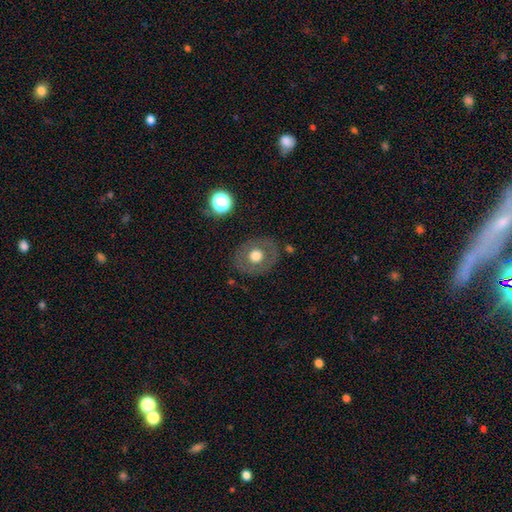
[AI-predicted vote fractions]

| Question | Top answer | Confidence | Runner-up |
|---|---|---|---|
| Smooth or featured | smooth | 56% | featured or disk (35%) |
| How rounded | round | 66% | in between (33%) |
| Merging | none | 82% | minor disturbance (11%) |